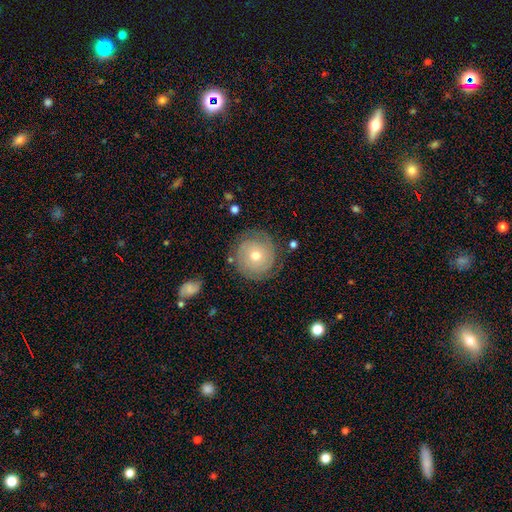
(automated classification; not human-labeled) Q: Smooth or featured?
A: featured or disk (62%); runner-up: smooth (29%)
Q: Edge-on disk?
A: no (97%); runner-up: yes (3%)
Q: Bar?
A: no (84%); runner-up: weak (13%)
Q: Spiral arms?
A: yes (84%); runner-up: no (16%)
Q: Spiral winding?
A: tight (80%); runner-up: medium (15%)
Q: Spiral arm count?
A: 2 (41%); runner-up: can't tell (35%)
Q: Bulge size?
A: moderate (67%); runner-up: small (28%)
Q: Merging?
A: none (80%); runner-up: minor disturbance (13%)